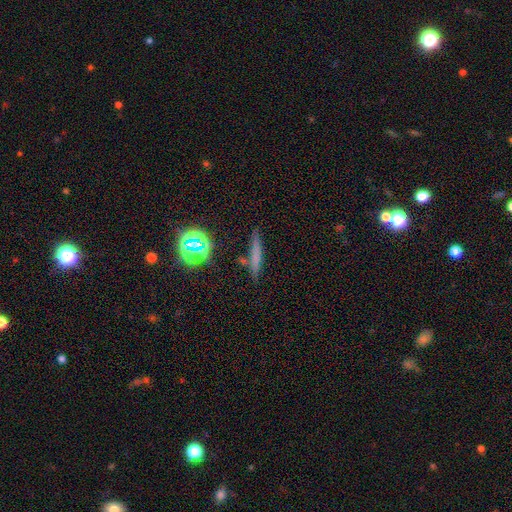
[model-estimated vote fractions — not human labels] smooth-or-featured: smooth: 59% | featured or disk: 24% | star or artifact: 17%
  how-rounded: cigar-shaped: 89% | in between: 7% | round: 5%
  merging: none: 77% | minor disturbance: 13% | merger: 6% | major disturbance: 4%